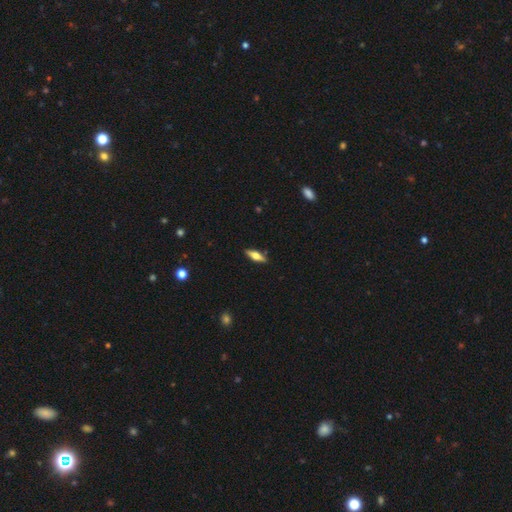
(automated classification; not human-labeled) featured or disk 51%, smooth 42%, star or artifact 6%. Down the decision tree: edge-on disk — yes (94%); merging — none (88%).